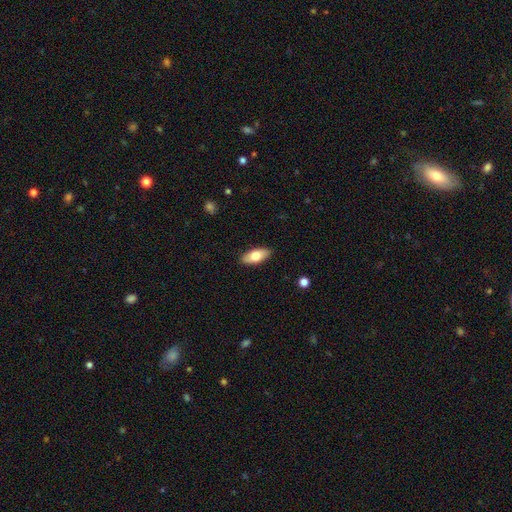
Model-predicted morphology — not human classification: Smooth or featured? smooth (76%)
How rounded? in between (87%)
Merging? none (89%)